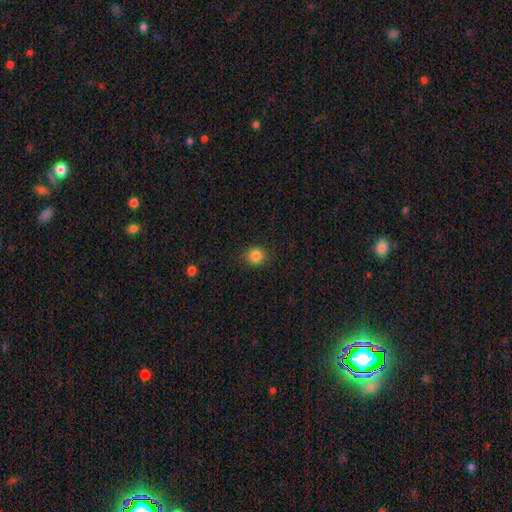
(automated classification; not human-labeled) smooth_or_featured: smooth (p=0.85) [alt: star or artifact p=0.11]
how_rounded: round (p=0.88) [alt: in between p=0.11]
merging: none (p=0.89) [alt: minor disturbance p=0.07]